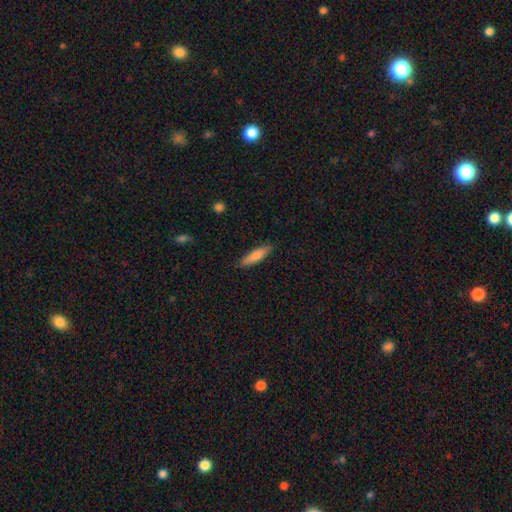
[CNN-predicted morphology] Smooth or featured? Predicted: smooth (p=0.78). How rounded? Predicted: cigar-shaped (p=0.77). Merging? Predicted: none (p=0.87).